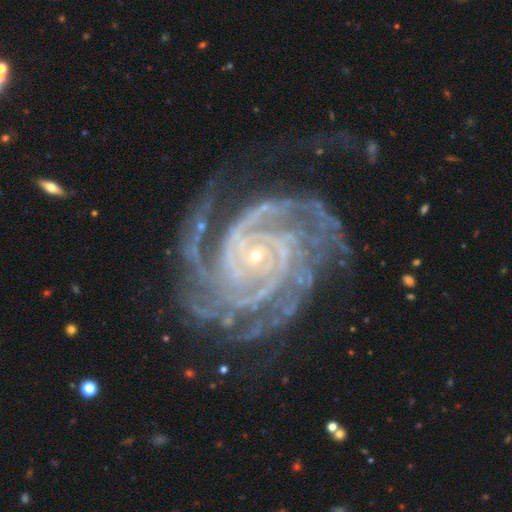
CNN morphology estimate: smooth_or_featured: featured or disk (p=0.93) [alt: star or artifact p=0.05]
disk_edge_on: no (p=0.98) [alt: yes p=0.02]
bar: no (p=0.71) [alt: weak p=0.19]
has_spiral_arms: yes (p=0.99) [alt: no p=0.01]
spiral_winding: tight (p=0.75) [alt: medium p=0.22]
spiral_arm_count: 4 (p=0.26) [alt: 3 p=0.20]
bulge_size: small (p=0.87) [alt: moderate p=0.08]
merging: none (p=0.69) [alt: minor disturbance p=0.18]